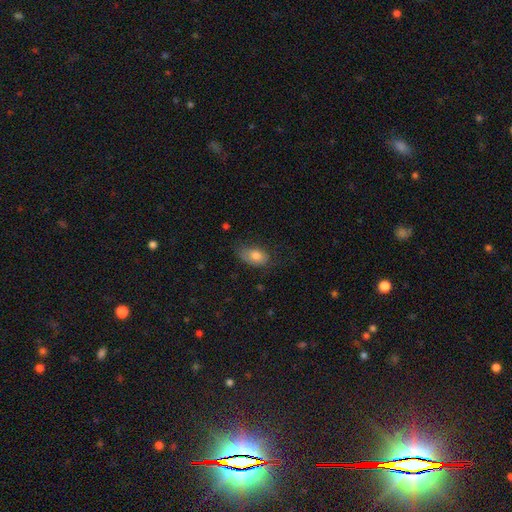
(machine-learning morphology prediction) This is likely a smooth galaxy (78%). How rounded: clearly in between (90%). Merging: possibly none (52%).